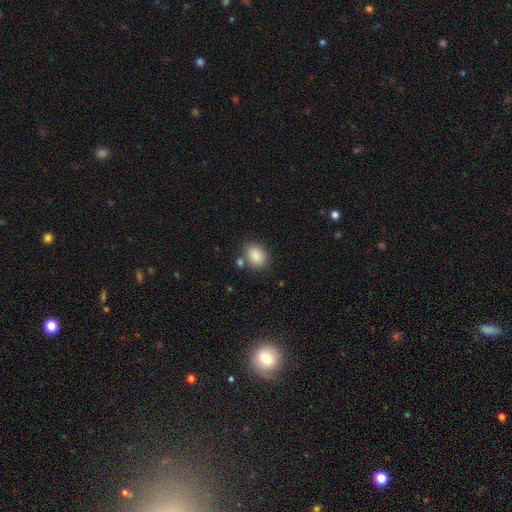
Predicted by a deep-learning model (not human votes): smooth-or-featured: smooth: 87% | star or artifact: 8% | featured or disk: 5%
  how-rounded: in between: 58% | round: 41% | cigar-shaped: 1%
  merging: none: 75% | minor disturbance: 12% | merger: 9% | major disturbance: 4%